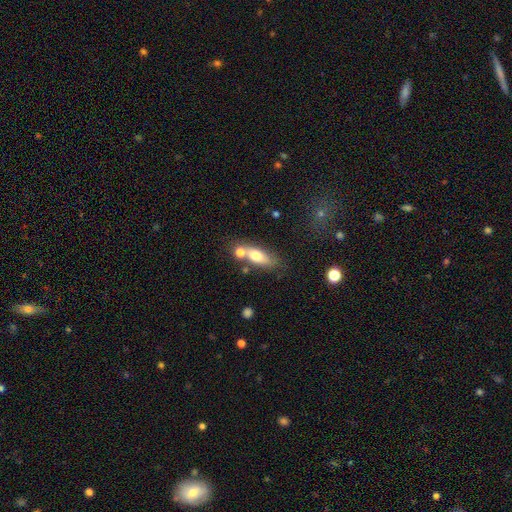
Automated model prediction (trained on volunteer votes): The model was most divided on "merging": none: 49%, merger: 32%, minor disturbance: 14%, major disturbance: 5%. More confident: smooth or featured — smooth (66%); how rounded — in between (65%).